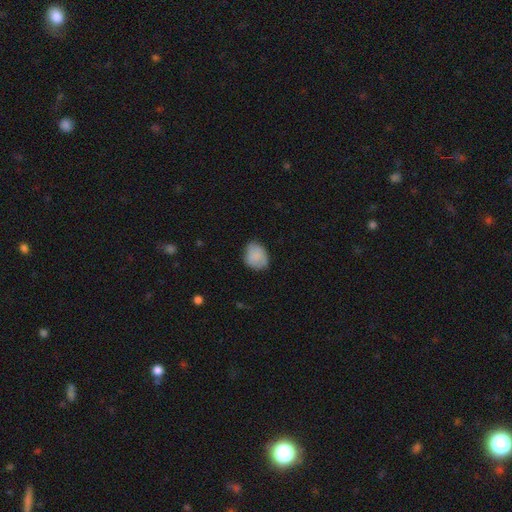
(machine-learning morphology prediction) Smooth or featured? smooth (82%)
How rounded? in between (59%)
Merging? none (67%)